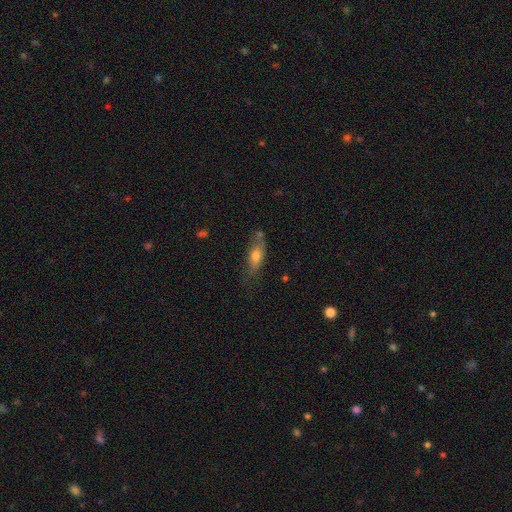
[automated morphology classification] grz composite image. It shows a smooth galaxy with no disk features (67%) that is in between round and cigar-shaped (65%). Merging: none (59%).